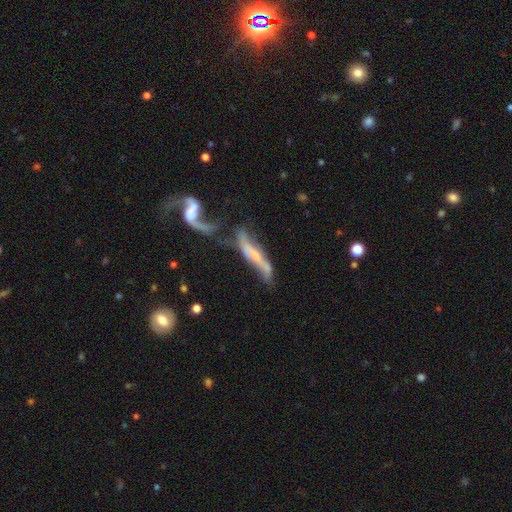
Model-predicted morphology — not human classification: smooth-or-featured: featured or disk: 66% | smooth: 25% | star or artifact: 9%
  disk-edge-on: no: 55% | yes: 45%
  merging: merger: 37% | none: 25% | major disturbance: 20% | minor disturbance: 17%